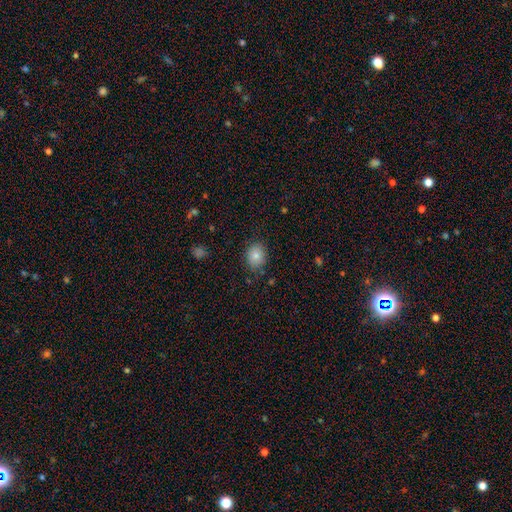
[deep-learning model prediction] The model was most divided on "how rounded": round: 53%, in between: 46%, cigar-shaped: 1%. More confident: merging — none (83%); smooth or featured — smooth (81%).